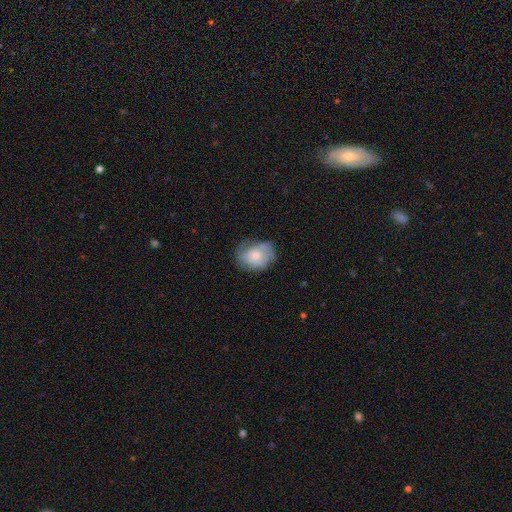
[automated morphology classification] Smooth or featured: smooth — 65% (featured or disk — 28%)
How rounded: in between — 59% (round — 40%)
Merging: none — 59% (minor disturbance — 28%)